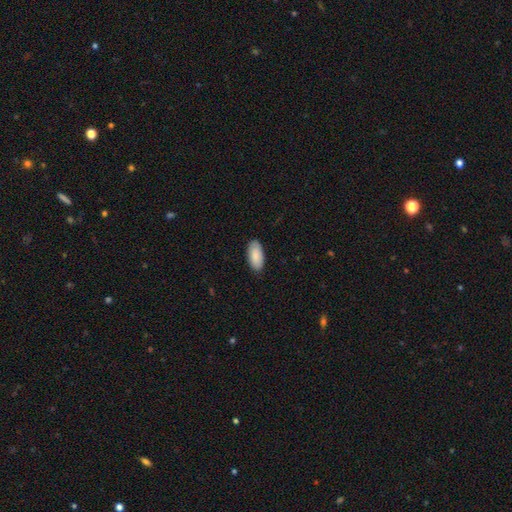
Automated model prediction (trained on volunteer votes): A smooth galaxy with no disk features (88%) that is in between round and cigar-shaped (94%).

Vote fractions:
- Smooth or featured? smooth: 88% / featured or disk: 7% / star or artifact: 5%
- How rounded? in between: 94% / cigar-shaped: 5% / round: 2%
- Merging? none: 87% / minor disturbance: 10% / major disturbance: 2% / merger: 1%